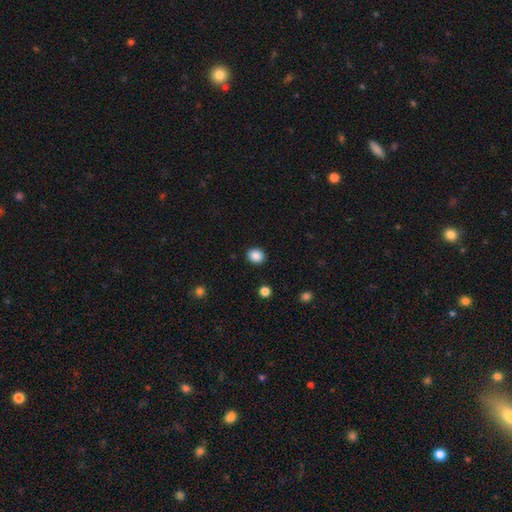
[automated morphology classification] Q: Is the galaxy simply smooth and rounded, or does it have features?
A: smooth — 87%.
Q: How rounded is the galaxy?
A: round — 74%.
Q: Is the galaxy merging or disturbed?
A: none — 91%.